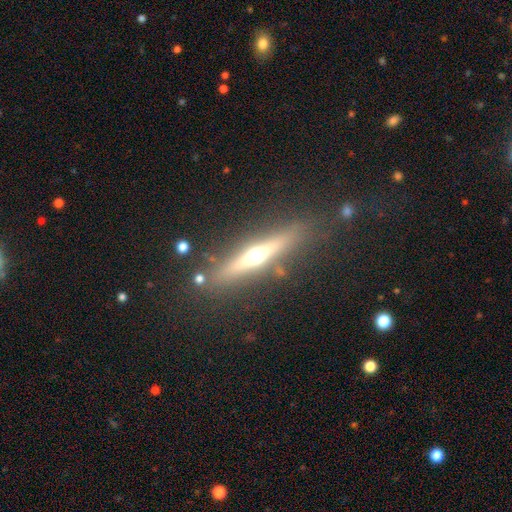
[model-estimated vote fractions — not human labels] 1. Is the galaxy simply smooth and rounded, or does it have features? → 68% featured or disk, 25% smooth, 8% star or artifact.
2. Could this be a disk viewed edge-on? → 95% yes, 5% no.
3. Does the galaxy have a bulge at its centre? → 93% rounded, 3% none, 3% boxy.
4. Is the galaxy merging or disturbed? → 83% none, 10% minor disturbance, 4% major disturbance, 3% merger.